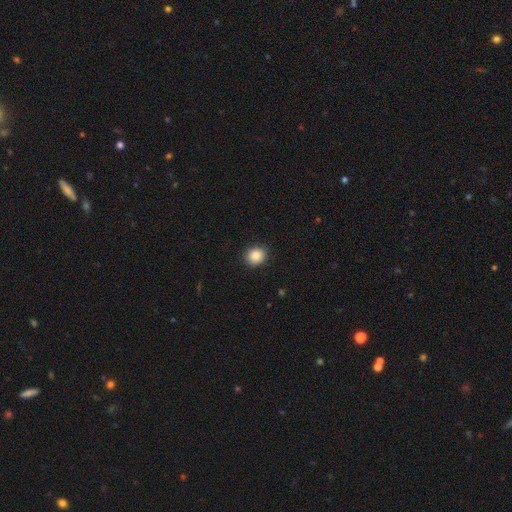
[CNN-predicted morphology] type=smooth (87%); roundness=round (75%); merging=none (89%).